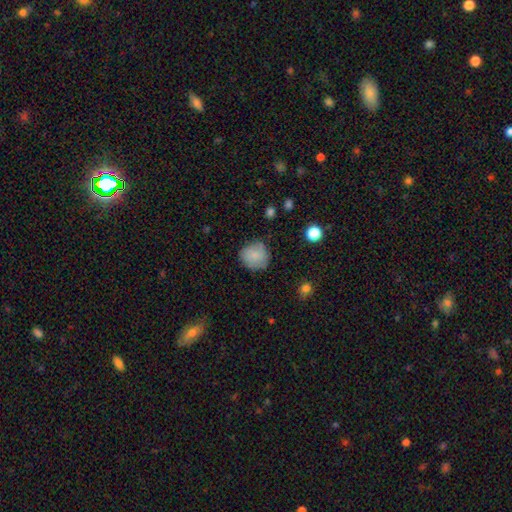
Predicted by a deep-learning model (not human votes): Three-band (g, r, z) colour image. It shows a smooth galaxy with no disk features (79%) that is round (86%). Merging: none (70%).